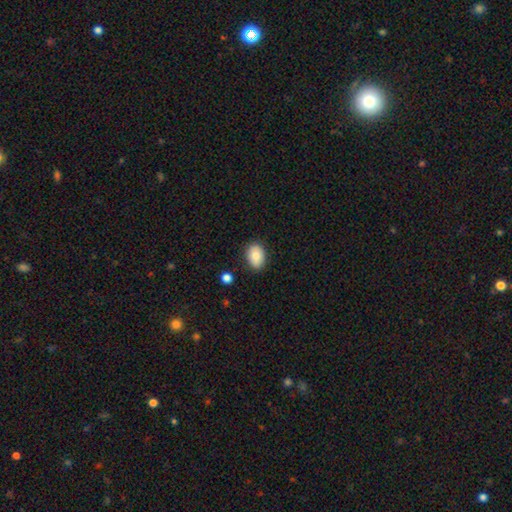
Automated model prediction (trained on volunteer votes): Smooth or featured? Predicted: smooth (p=0.82). How rounded? Predicted: in between (p=0.80). Merging? Predicted: none (p=0.85).